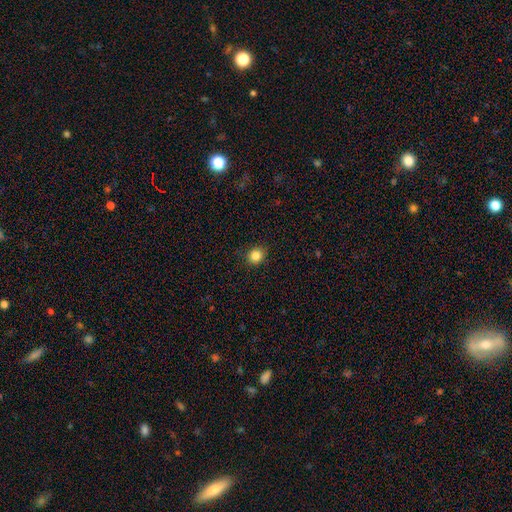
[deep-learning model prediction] Smooth or featured: smooth — 85% (star or artifact — 11%)
How rounded: round — 81% (in between — 18%)
Merging: none — 90% (minor disturbance — 7%)